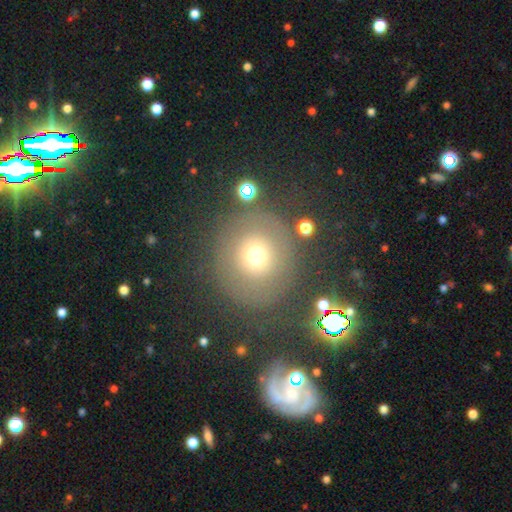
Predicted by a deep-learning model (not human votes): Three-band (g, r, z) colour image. It shows a smooth galaxy with no disk features (64%) that is round (92%). Merging: none (75%).